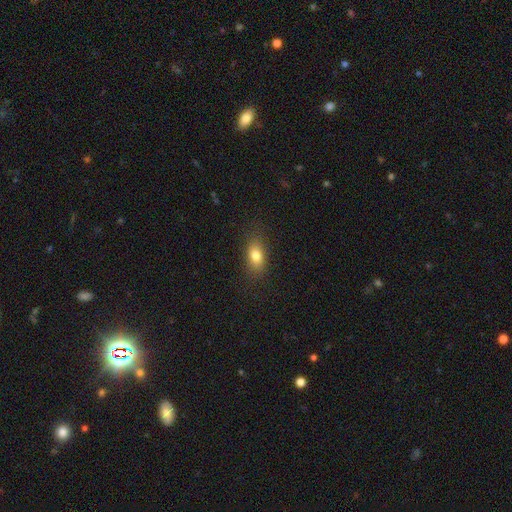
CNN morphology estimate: Smooth or featured?
  - smooth: 79% *
  - featured or disk: 11%
  - star or artifact: 10%
How rounded?
  - in between: 81% *
  - round: 13%
  - cigar-shaped: 7%
Merging?
  - none: 82% *
  - minor disturbance: 13%
  - major disturbance: 5%
  - merger: 1%